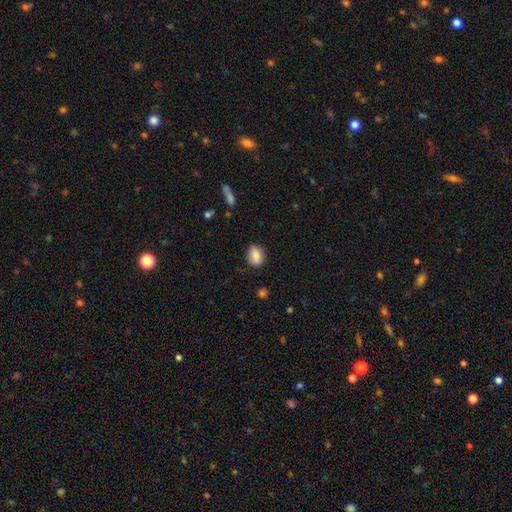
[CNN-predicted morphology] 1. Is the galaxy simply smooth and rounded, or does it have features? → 83% smooth, 8% featured or disk, 8% star or artifact.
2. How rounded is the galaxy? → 50% in between, 49% round, 1% cigar-shaped.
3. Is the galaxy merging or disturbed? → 84% none, 12% minor disturbance, 3% major disturbance, 1% merger.